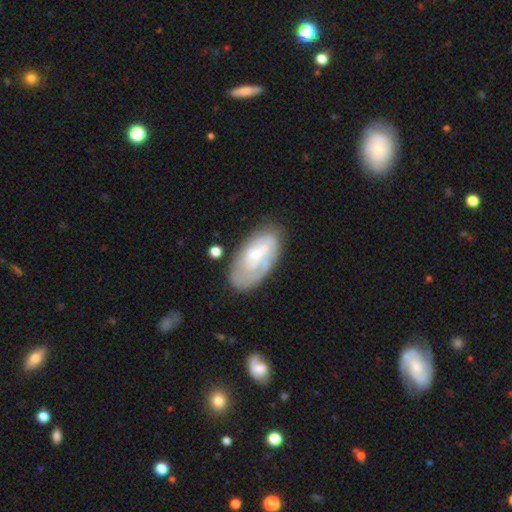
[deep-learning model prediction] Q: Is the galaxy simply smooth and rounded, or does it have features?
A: featured or disk — 59%.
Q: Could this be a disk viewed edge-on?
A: no — 94%.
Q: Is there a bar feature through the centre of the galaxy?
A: no — 53%.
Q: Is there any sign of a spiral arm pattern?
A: yes — 71%.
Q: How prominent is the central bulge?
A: small — 55%.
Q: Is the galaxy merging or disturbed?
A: none — 61%.